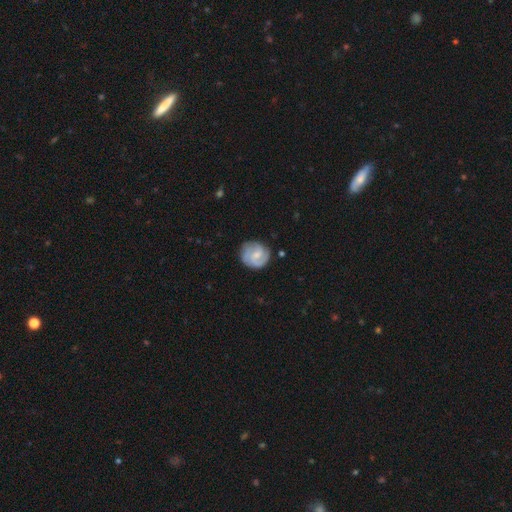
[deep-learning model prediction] Overall: featured or disk (68%). Edge-on disk: no (98%). Bar: no (49%; weak 44%). Spiral arms: yes (93%). Spiral arm count: 2 (43%; 3 28%). Spiral winding: tight (50%; medium 38%). Bulge size: small (51%; moderate 37%). Merging: none (76%).